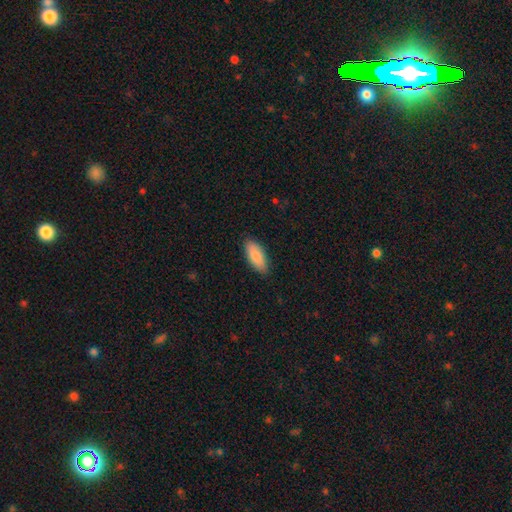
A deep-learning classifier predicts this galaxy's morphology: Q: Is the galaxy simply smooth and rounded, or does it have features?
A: smooth — 87%.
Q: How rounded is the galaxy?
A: in between — 86%.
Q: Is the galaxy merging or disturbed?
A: none — 87%.